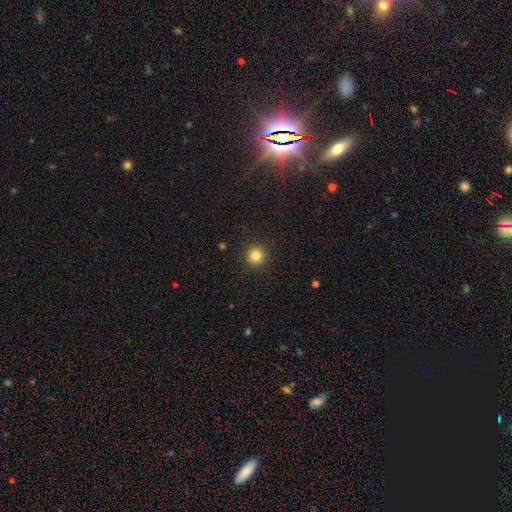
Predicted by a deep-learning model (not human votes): Smooth or featured: smooth — 84% (star or artifact — 12%)
How rounded: round — 95% (in between — 4%)
Merging: none — 92% (minor disturbance — 5%)